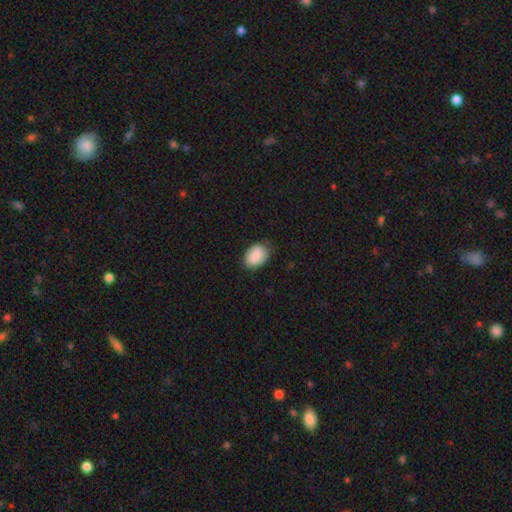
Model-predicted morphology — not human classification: The model was most divided on "merging": none: 76%, minor disturbance: 20%, major disturbance: 3%, merger: 1%. More confident: smooth or featured — smooth (88%); how rounded — in between (80%).